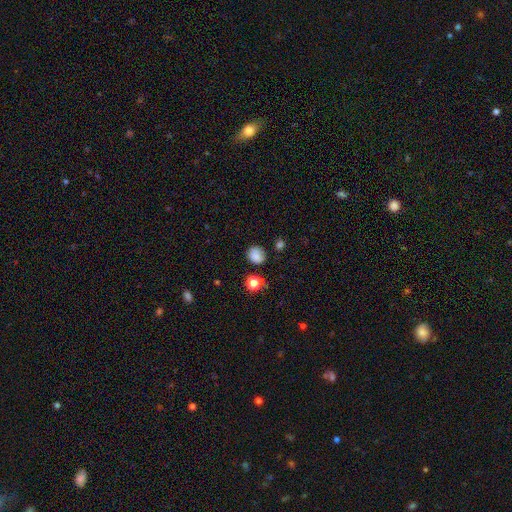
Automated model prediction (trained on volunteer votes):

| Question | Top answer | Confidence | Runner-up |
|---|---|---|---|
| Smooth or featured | smooth | 81% | star or artifact (13%) |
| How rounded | round | 74% | in between (25%) |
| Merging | none | 75% | minor disturbance (16%) |